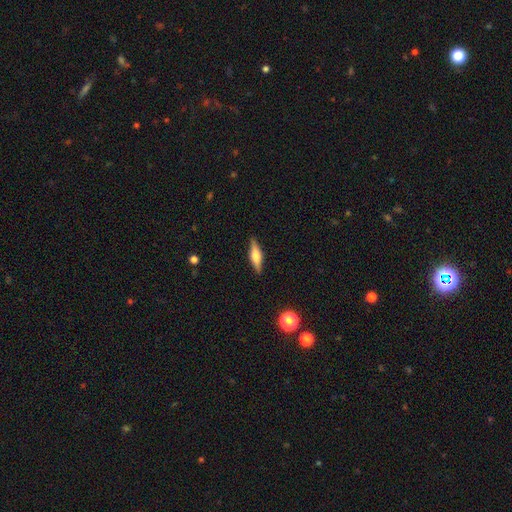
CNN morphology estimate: Overall: featured or disk (57%; smooth 36%). Edge-on disk: yes (96%). Edge-on bulge: rounded (84%). Merging: none (88%).